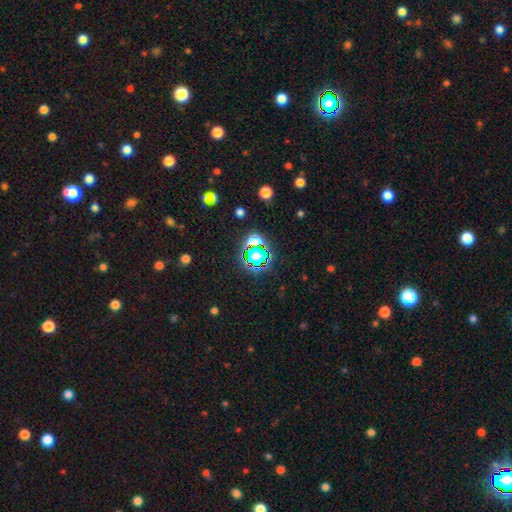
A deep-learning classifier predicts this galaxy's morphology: The model was most divided on "smooth or featured": star or artifact: 61%, smooth: 28%, featured or disk: 11%.